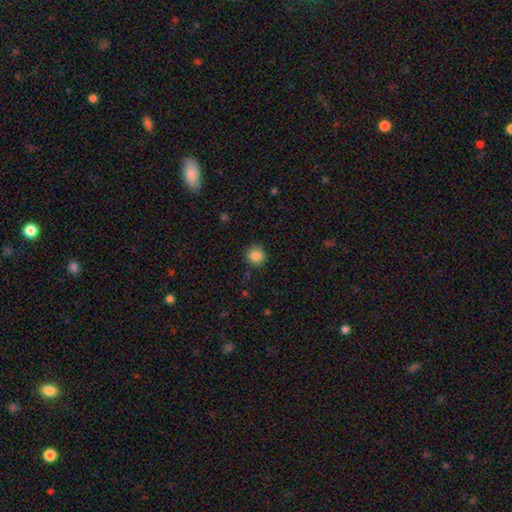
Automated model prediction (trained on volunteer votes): smooth_or_featured: smooth (p=0.85) [alt: star or artifact p=0.10]
how_rounded: round (p=0.94) [alt: in between p=0.05]
merging: none (p=0.90) [alt: minor disturbance p=0.07]